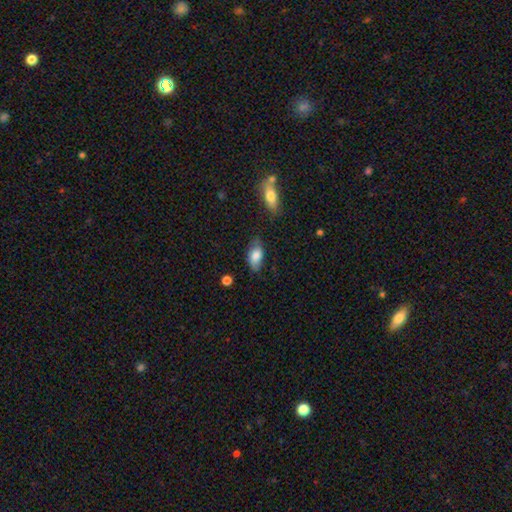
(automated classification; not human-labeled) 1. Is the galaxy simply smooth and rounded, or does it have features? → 79% smooth, 14% featured or disk, 7% star or artifact.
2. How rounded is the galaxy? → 92% in between, 4% cigar-shaped, 4% round.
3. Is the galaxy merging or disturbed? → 69% none, 23% minor disturbance, 5% major disturbance, 3% merger.